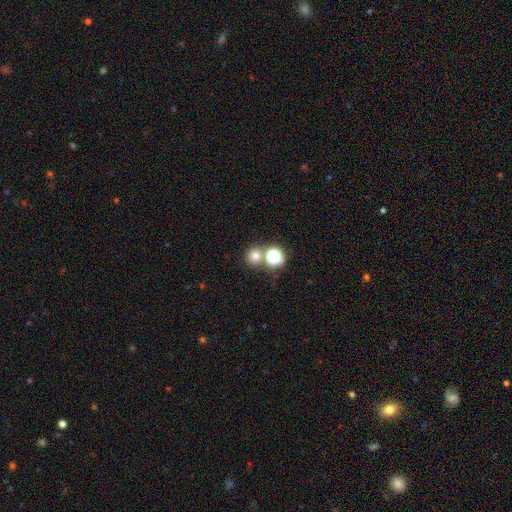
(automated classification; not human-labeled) The model was most divided on "merging": none: 66%, merger: 25%, minor disturbance: 7%, major disturbance: 3%. More confident: how rounded — round (88%); smooth or featured — smooth (71%).